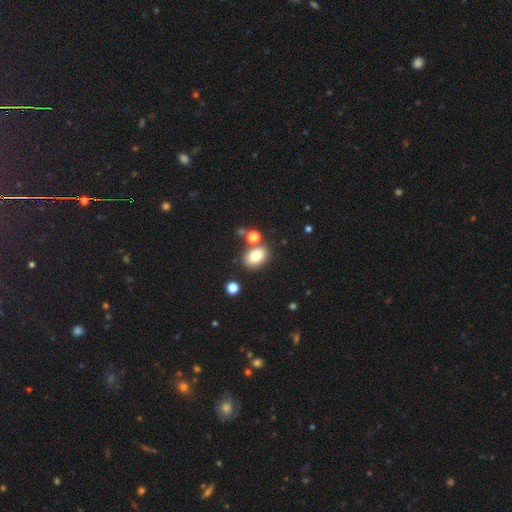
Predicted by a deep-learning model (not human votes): Smooth or featured? smooth (78%)
How rounded? in between (75%)
Merging? none (71%)